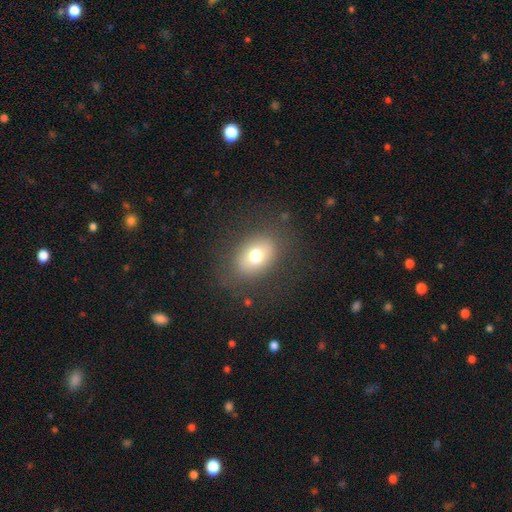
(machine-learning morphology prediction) Overall: smooth (72%). How rounded: in between (67%; round 31%). Merging: none (80%).